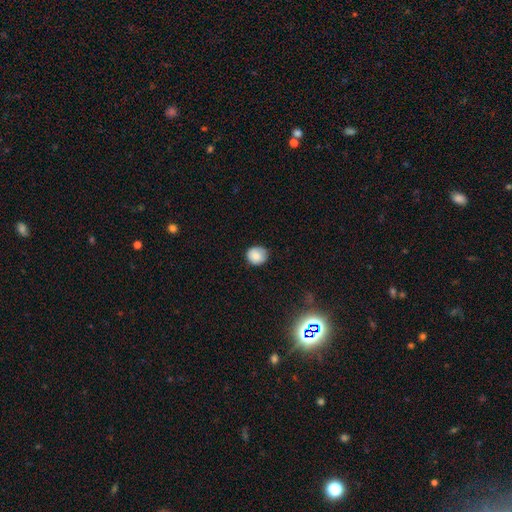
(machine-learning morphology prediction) A smooth galaxy with no disk features (84%) that is round (85%). Merging: none (81%).